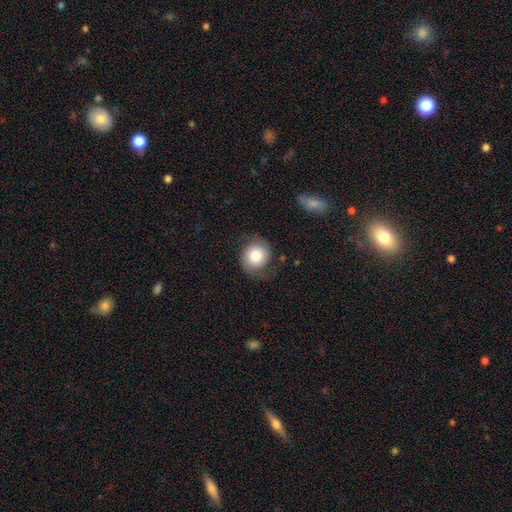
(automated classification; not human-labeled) Morphology: type=smooth (65%); roundness=round (75%); merging=none (66%).